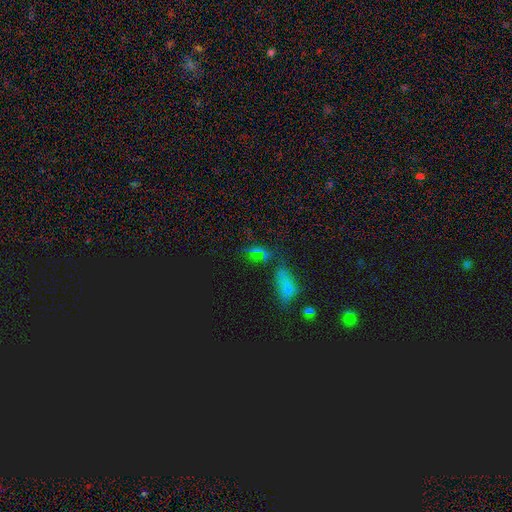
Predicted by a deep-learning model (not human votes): Q: Smooth or featured?
A: star or artifact (48%); runner-up: smooth (38%)